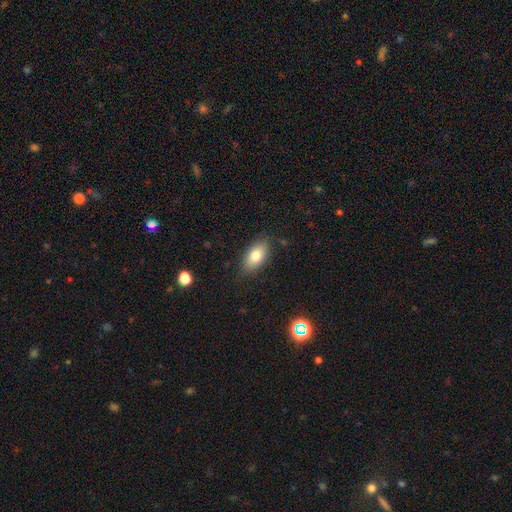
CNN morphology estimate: Smooth or featured?
  - smooth: 78% *
  - featured or disk: 14%
  - star or artifact: 8%
How rounded?
  - in between: 90% *
  - round: 5%
  - cigar-shaped: 5%
Merging?
  - none: 84% *
  - minor disturbance: 12%
  - major disturbance: 3%
  - merger: 1%